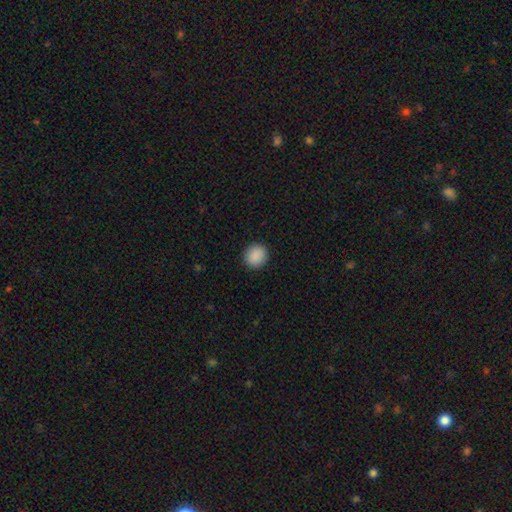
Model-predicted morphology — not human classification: smooth 90%, star or artifact 8%, featured or disk 2%. Down the decision tree: how rounded — round (85%); merging — none (91%).